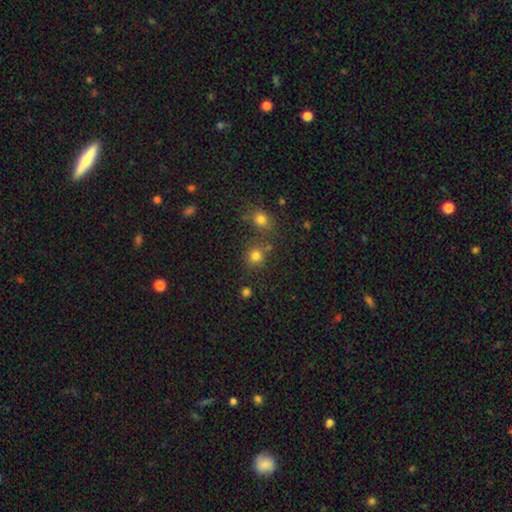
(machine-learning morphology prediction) A smooth galaxy with no disk features (79%) that is round (87%). Merging: none (70%).